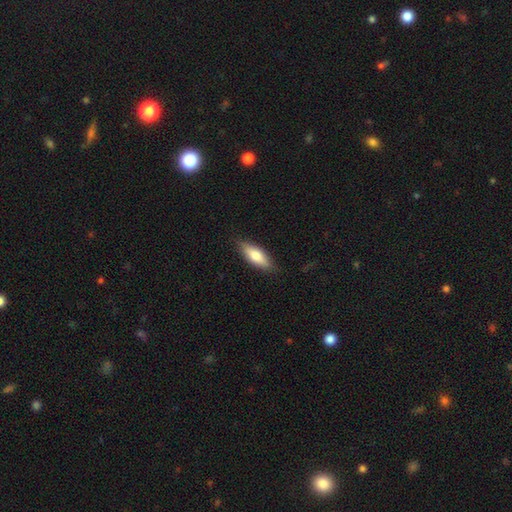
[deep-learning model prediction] Smooth or featured?
  - smooth: 73% *
  - featured or disk: 21%
  - star or artifact: 6%
How rounded?
  - in between: 66% *
  - cigar-shaped: 32%
  - round: 2%
Merging?
  - none: 84% *
  - minor disturbance: 13%
  - major disturbance: 2%
  - merger: 1%